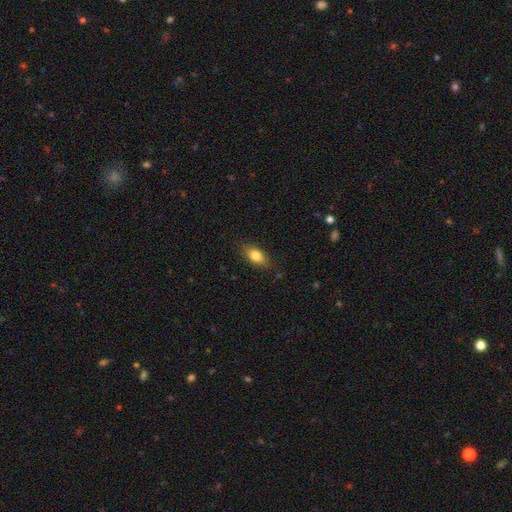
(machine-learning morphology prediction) A smooth galaxy with no disk features (79%) that is in between round and cigar-shaped (84%). Merging: none (82%).